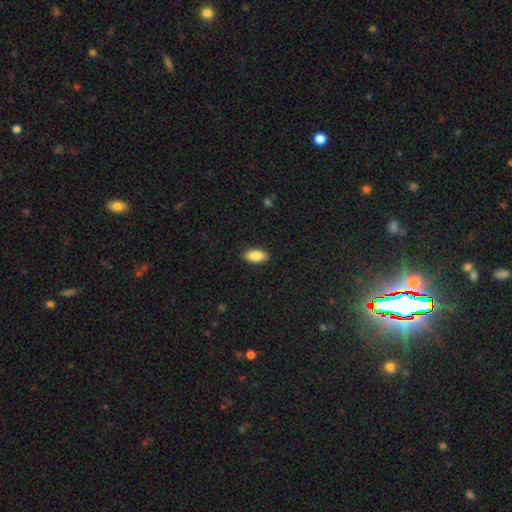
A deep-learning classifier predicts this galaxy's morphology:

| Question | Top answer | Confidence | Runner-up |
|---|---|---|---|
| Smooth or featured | smooth | 89% | star or artifact (7%) |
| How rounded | in between | 92% | cigar-shaped (5%) |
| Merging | none | 90% | minor disturbance (7%) |